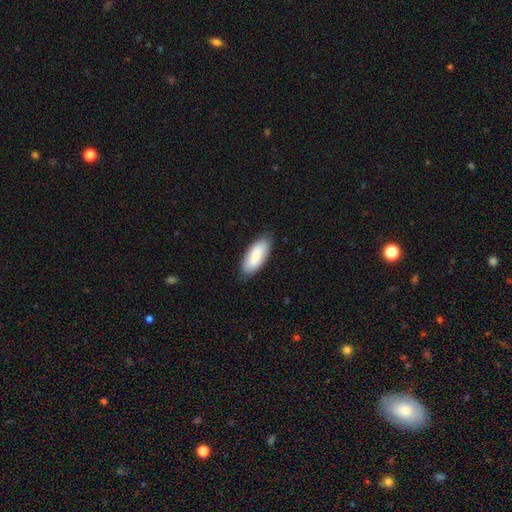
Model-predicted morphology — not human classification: A smooth galaxy with no disk features (84%) that is in between round and cigar-shaped (86%).

Vote fractions:
- Smooth or featured? smooth: 84% / featured or disk: 10% / star or artifact: 5%
- How rounded? in between: 86% / cigar-shaped: 12% / round: 2%
- Merging? none: 83% / minor disturbance: 14% / major disturbance: 2% / merger: 1%